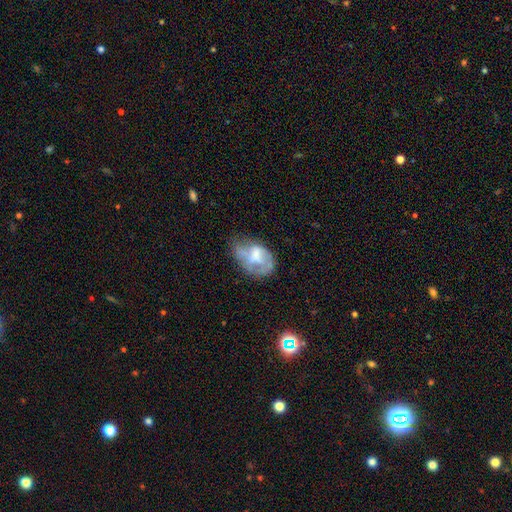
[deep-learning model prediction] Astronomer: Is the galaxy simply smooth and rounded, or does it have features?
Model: featured or disk — 48% (runner-up: smooth, 44%).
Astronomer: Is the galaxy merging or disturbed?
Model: none — 35% (runner-up: minor disturbance, 31%).